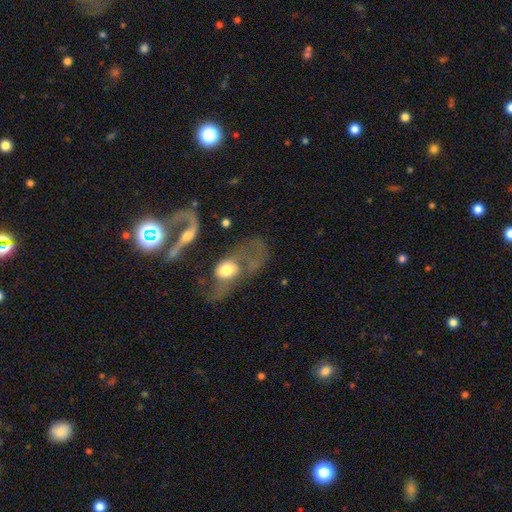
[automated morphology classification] A featured or disk galaxy (60%) with no bar (75%), spiral arms (52%) and a moderate central bulge (58%). Merging: major disturbance (33%, tied with none).